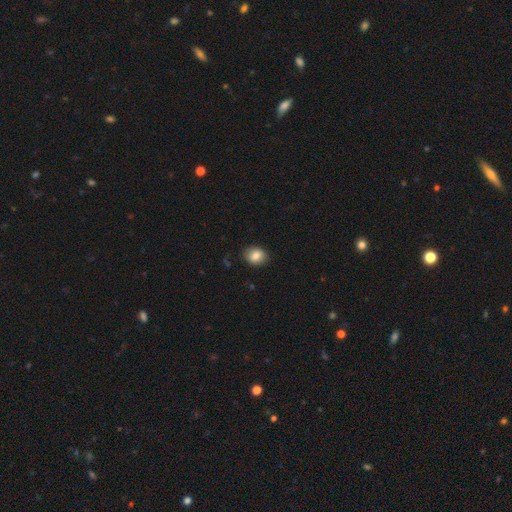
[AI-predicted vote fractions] smooth_or_featured: smooth (p=0.85) [alt: star or artifact p=0.09]
how_rounded: round (p=0.52) [alt: in between p=0.47]
merging: none (p=0.87) [alt: minor disturbance p=0.10]